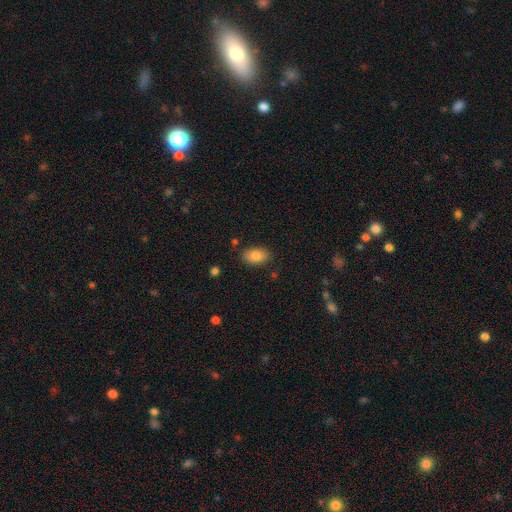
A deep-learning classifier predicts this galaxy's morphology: Smooth or featured? smooth (84%)
How rounded? in between (90%)
Merging? none (84%)